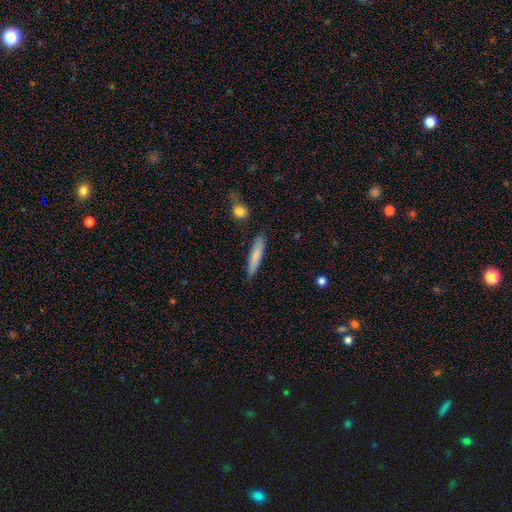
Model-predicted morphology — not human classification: Smooth or featured? Predicted: smooth (p=0.79). How rounded? Predicted: cigar-shaped (p=0.87). Merging? Predicted: none (p=0.85).